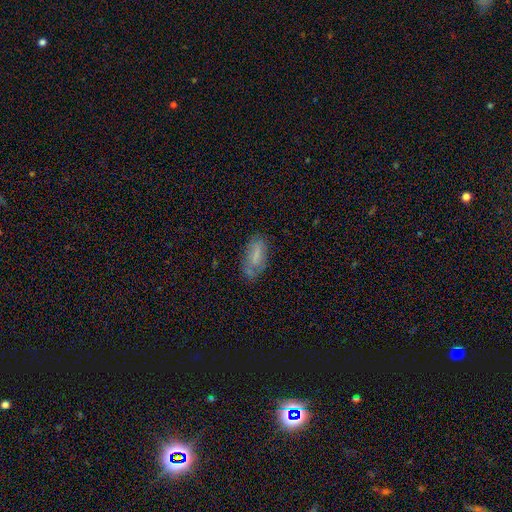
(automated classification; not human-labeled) This is likely a smooth galaxy (65%). How rounded: clearly in between (81%). Merging: likely none (66%).